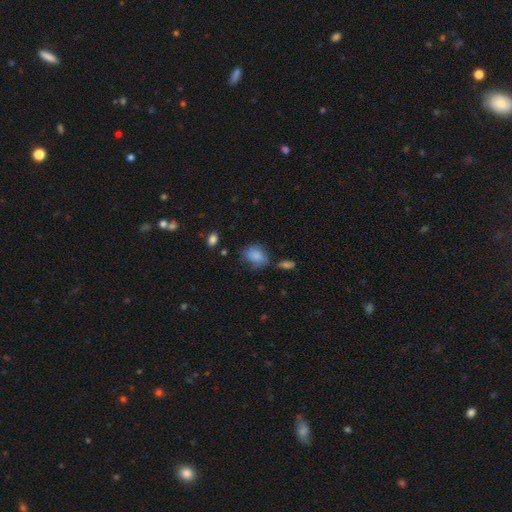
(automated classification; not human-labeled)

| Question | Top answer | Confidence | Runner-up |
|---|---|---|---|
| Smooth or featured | smooth | 82% | featured or disk (10%) |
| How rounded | in between | 67% | round (32%) |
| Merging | none | 59% | minor disturbance (27%) |